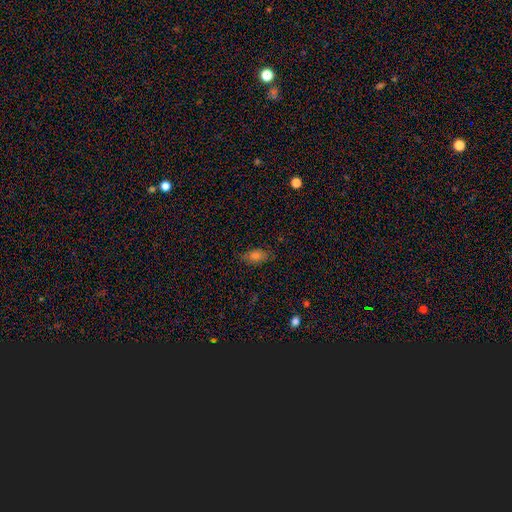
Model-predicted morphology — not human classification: smooth_or_featured: smooth (p=0.71) [alt: star or artifact p=0.16]
how_rounded: in between (p=0.83) [alt: round p=0.11]
merging: none (p=0.83) [alt: minor disturbance p=0.13]